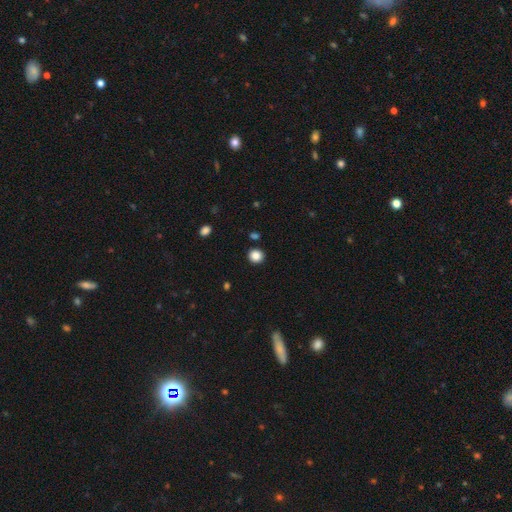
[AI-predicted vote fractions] Morphology: type=smooth (86%); roundness=round (91%); merging=none (90%).